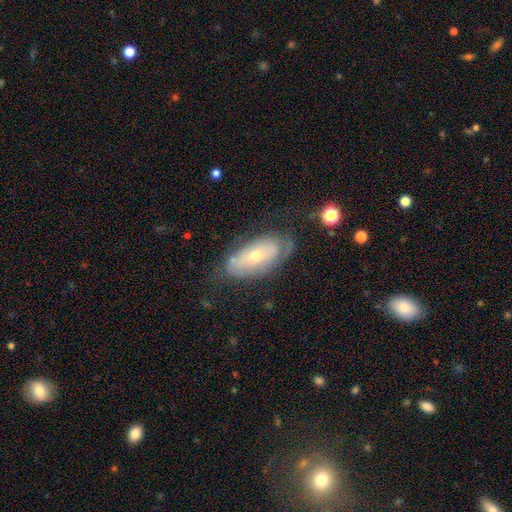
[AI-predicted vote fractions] Morphology: type=featured or disk (54%); edge-on=no (85%); merging=none (62%).